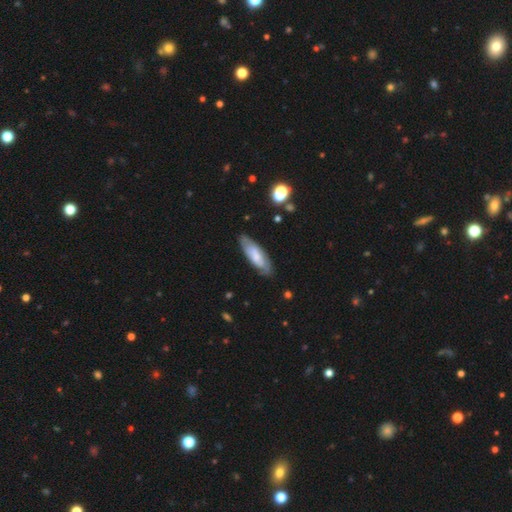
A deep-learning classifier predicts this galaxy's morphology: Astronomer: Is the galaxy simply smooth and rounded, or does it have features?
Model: smooth — 49% (runner-up: featured or disk, 45%).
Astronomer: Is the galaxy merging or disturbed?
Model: none — 75%.